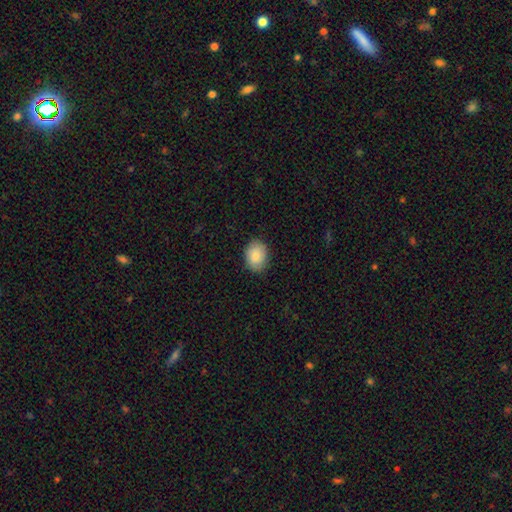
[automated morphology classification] The model was most divided on "how rounded": in between: 59%, round: 40%, cigar-shaped: 1%. More confident: smooth or featured — smooth (85%); merging — none (84%).